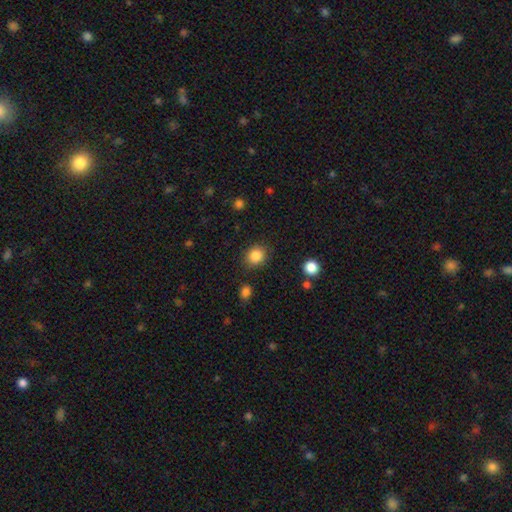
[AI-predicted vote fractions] smooth 86%, star or artifact 10%, featured or disk 5%. Down the decision tree: how rounded — round (76%); merging — none (87%).